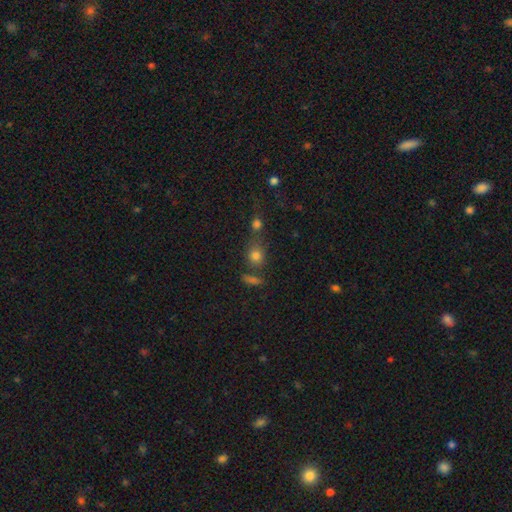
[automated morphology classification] The model was most divided on "merging": none: 53%, merger: 29%, minor disturbance: 12%, major disturbance: 6%. More confident: smooth or featured — smooth (74%); how rounded — round (68%).